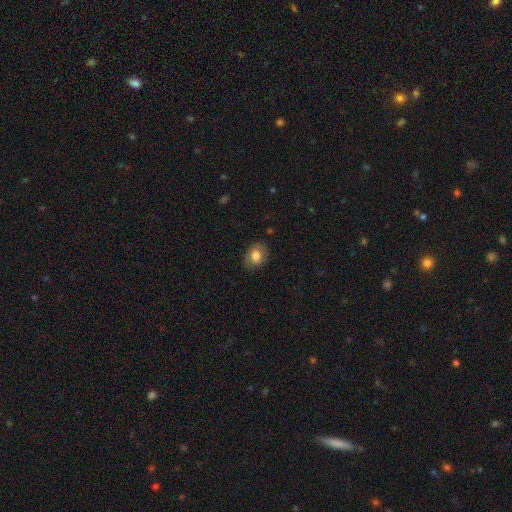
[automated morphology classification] Q: Smooth or featured?
A: smooth (80%); runner-up: featured or disk (12%)
Q: How rounded?
A: in between (66%); runner-up: round (33%)
Q: Merging?
A: none (84%); runner-up: minor disturbance (12%)